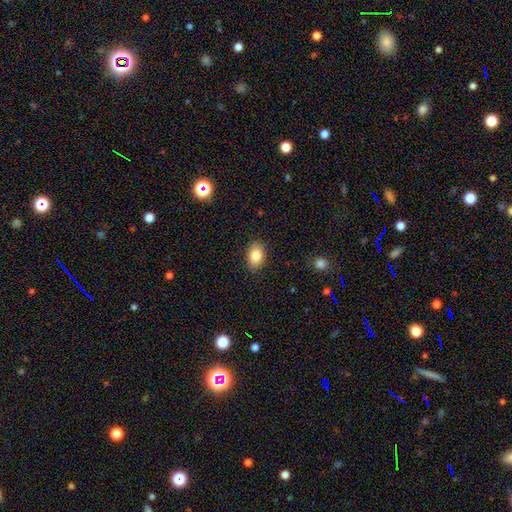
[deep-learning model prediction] The model was most divided on "how rounded": in between: 82%, round: 17%, cigar-shaped: 1%. More confident: merging — none (87%); smooth or featured — smooth (83%).